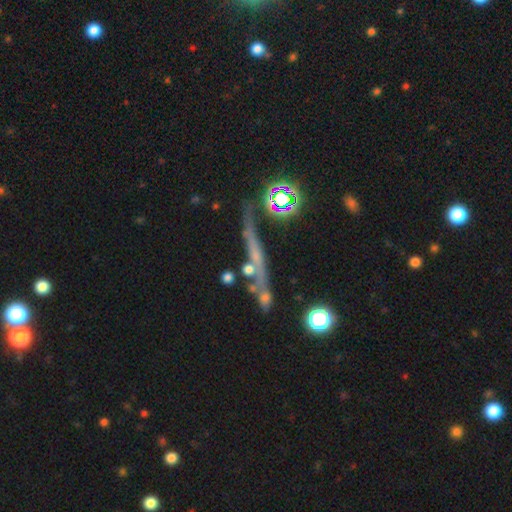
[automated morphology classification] Smooth or featured: featured or disk — 50% (smooth — 26%)
Edge-on disk: yes — 80% (no — 20%)
Merging: none — 63% (minor disturbance — 17%)